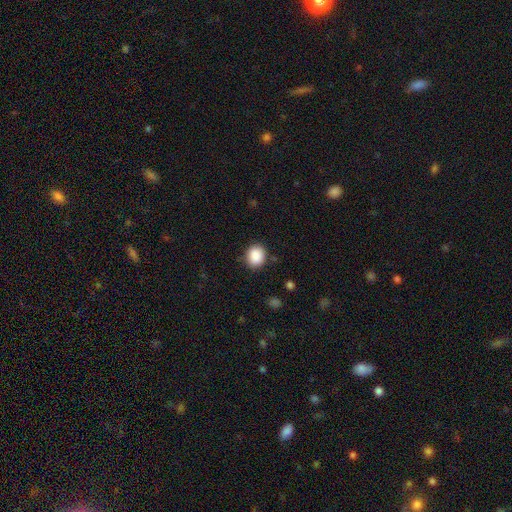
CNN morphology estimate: Smooth or featured?
  - smooth: 89% *
  - star or artifact: 8%
  - featured or disk: 3%
How rounded?
  - round: 67% *
  - in between: 32%
  - cigar-shaped: 1%
Merging?
  - none: 84% *
  - minor disturbance: 11%
  - major disturbance: 3%
  - merger: 2%